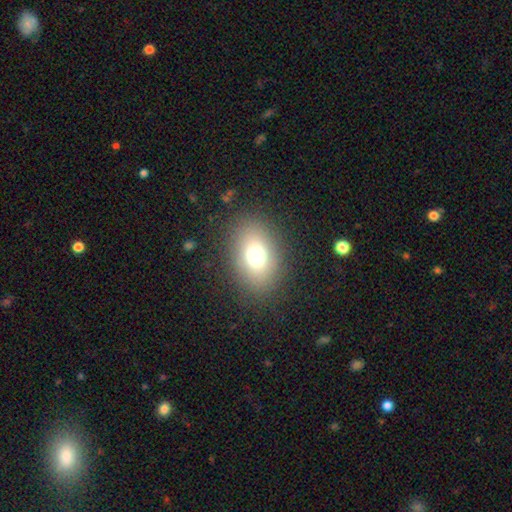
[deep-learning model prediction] smooth-or-featured: smooth: 69% | star or artifact: 17% | featured or disk: 14%
  how-rounded: in between: 67% | round: 32% | cigar-shaped: 1%
  merging: none: 85% | minor disturbance: 9% | major disturbance: 5% | merger: 1%